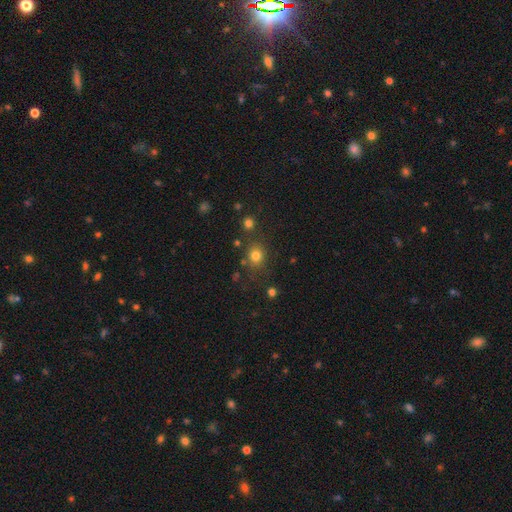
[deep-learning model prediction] This appears to be a smooth galaxy with no disk features (77%) that is round (75%). Merging: none (76%).